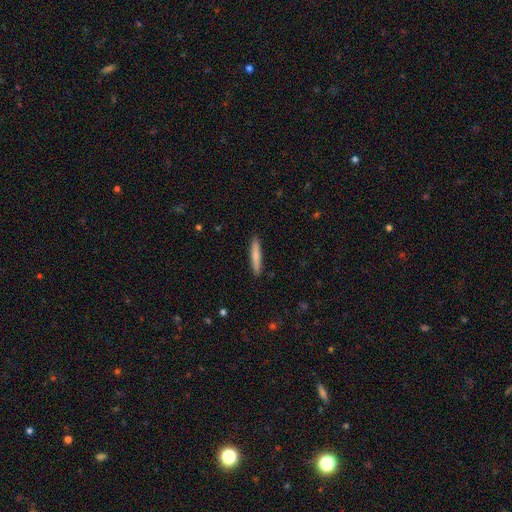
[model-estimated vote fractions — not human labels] Q: Smooth or featured?
A: smooth (75%); runner-up: featured or disk (19%)
Q: How rounded?
A: cigar-shaped (93%); runner-up: in between (5%)
Q: Merging?
A: none (91%); runner-up: minor disturbance (7%)